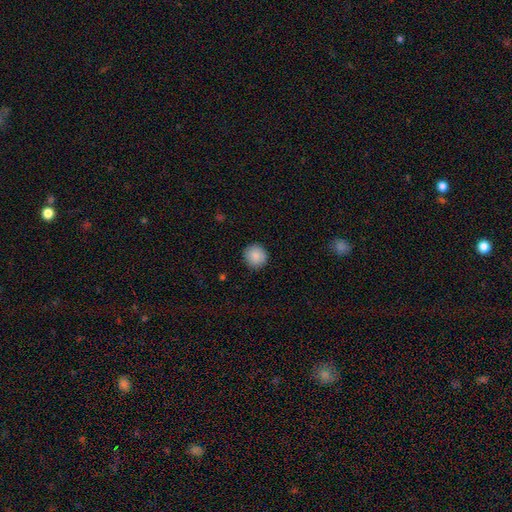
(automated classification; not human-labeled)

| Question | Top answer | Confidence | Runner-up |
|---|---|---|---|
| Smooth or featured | smooth | 88% | star or artifact (8%) |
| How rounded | round | 92% | in between (7%) |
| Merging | none | 90% | minor disturbance (8%) |